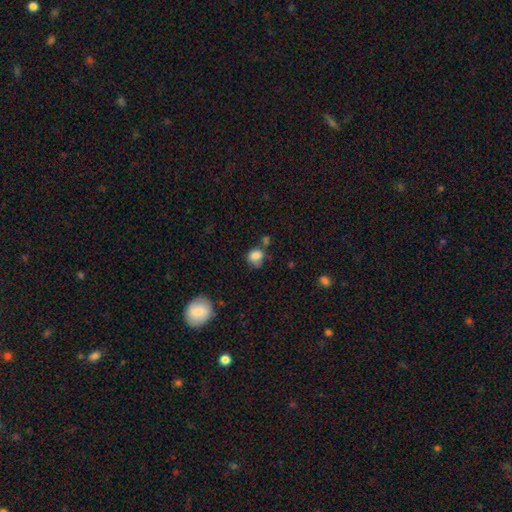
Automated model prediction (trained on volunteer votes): Overall: smooth (80%). How rounded: round (58%; in between 41%). Merging: none (46%; minor disturbance 28%).